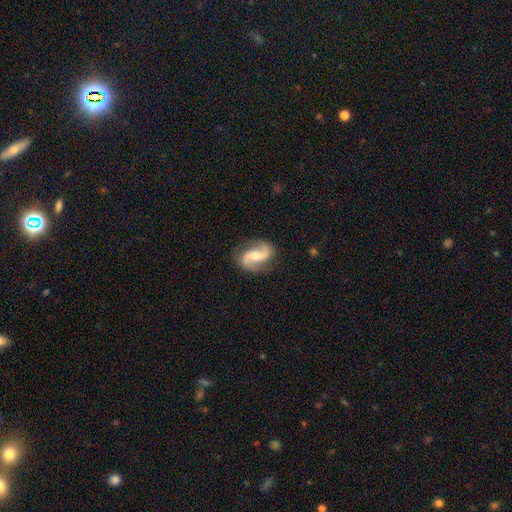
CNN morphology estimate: This appears to be a featured or disk galaxy (87%) with a weak bar (41%), 2 (94%) loose (46%) spiral arms (97%) and a moderate central bulge (59%). Merging: none (82%).